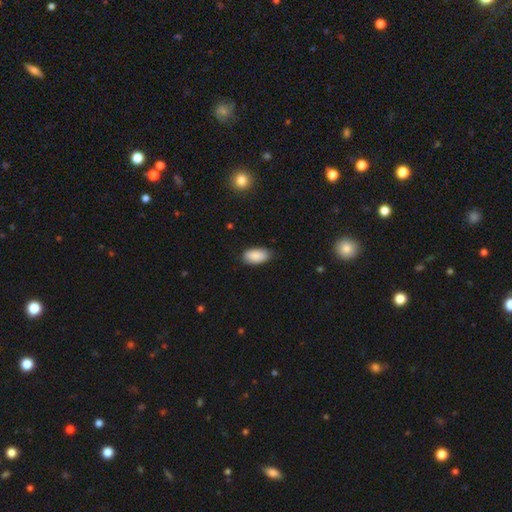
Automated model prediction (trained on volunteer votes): The model was most divided on "merging": none: 79%, minor disturbance: 17%, major disturbance: 3%, merger: 1%. More confident: how rounded — in between (94%); smooth or featured — smooth (88%).